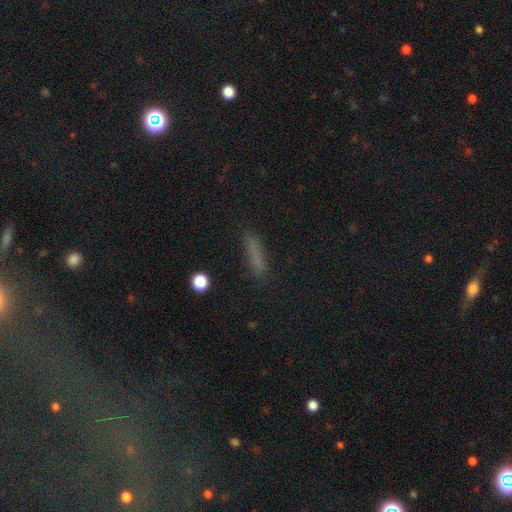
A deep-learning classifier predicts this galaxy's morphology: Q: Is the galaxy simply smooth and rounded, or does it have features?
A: smooth — 77%.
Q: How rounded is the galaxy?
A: cigar-shaped — 80%.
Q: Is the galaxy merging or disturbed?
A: none — 85%.